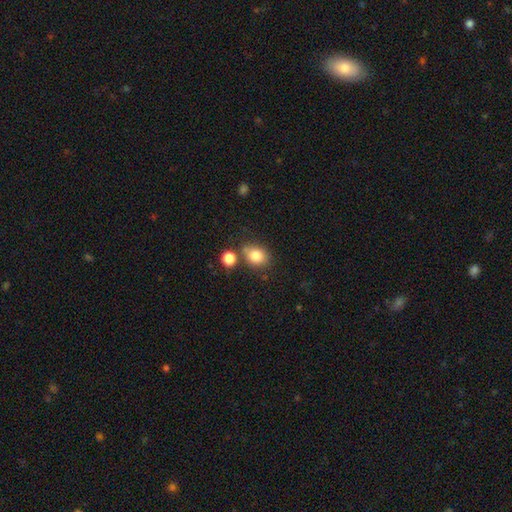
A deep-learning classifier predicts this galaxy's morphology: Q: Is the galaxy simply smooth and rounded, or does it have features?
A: smooth — 82%.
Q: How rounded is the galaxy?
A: round — 51%.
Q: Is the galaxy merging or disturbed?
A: none — 64%.